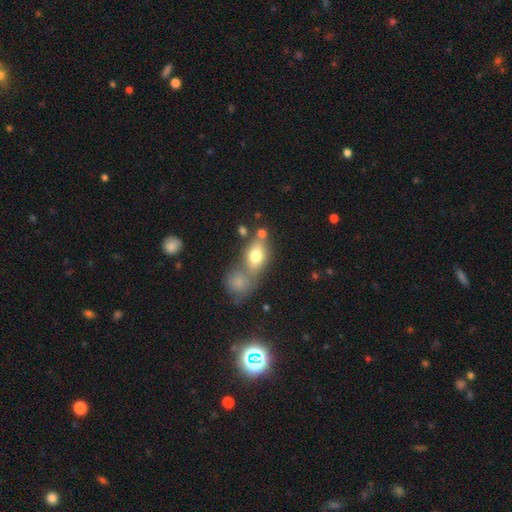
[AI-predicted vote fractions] This appears to be a smooth galaxy with no disk features (74%) that is in between round and cigar-shaped (76%). Merging: none (41%, tied with merger).